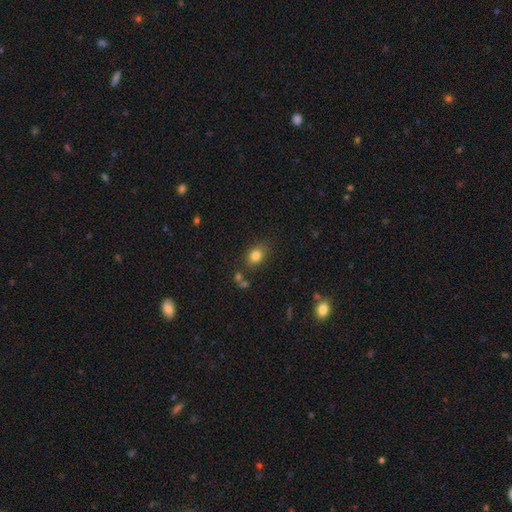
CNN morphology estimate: Smooth or featured? smooth (82%)
How rounded? in between (59%)
Merging? none (76%)